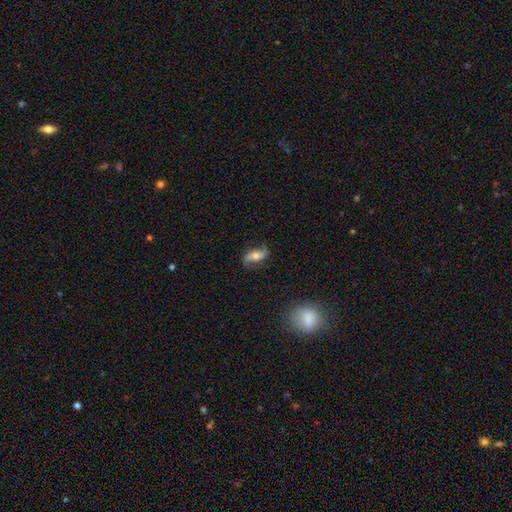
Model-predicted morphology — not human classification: Overall: featured or disk (71%). Edge-on disk: no (91%). Bar: no (49%; weak 30%). Spiral arms: yes (92%). Spiral arm count: 2 (92%). Spiral winding: loose (75%). Bulge size: moderate (62%; small 26%). Merging: none (78%).